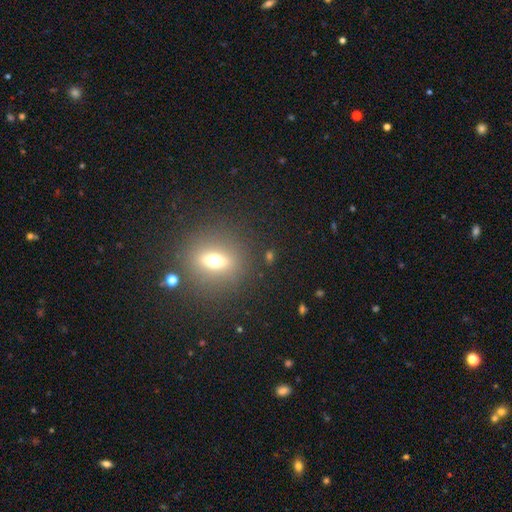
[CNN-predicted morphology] type=smooth (46%); merging=none (87%).